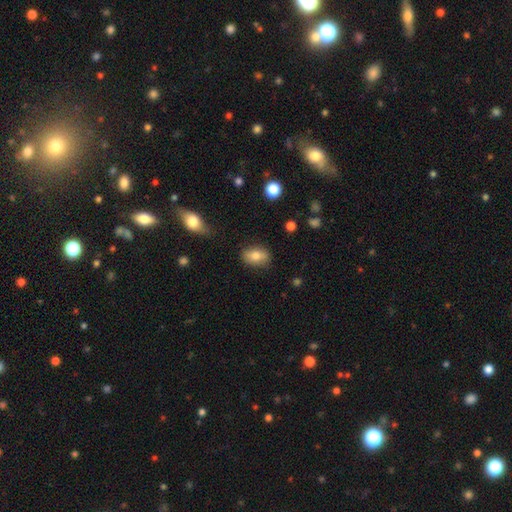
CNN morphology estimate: A smooth galaxy with no disk features (79%) that is in between round and cigar-shaped (81%). Merging: none (82%).